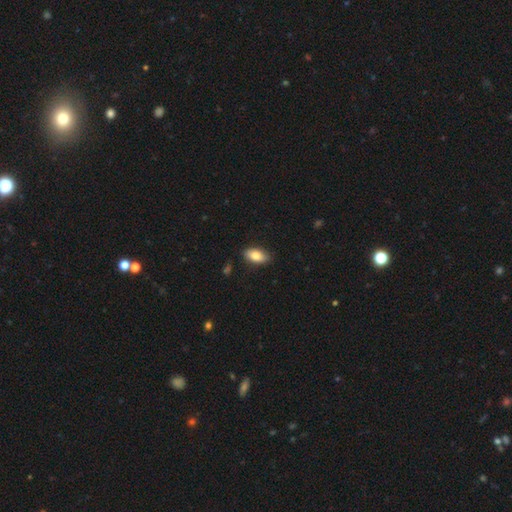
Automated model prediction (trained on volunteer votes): Smooth or featured? Predicted: smooth (p=0.81). How rounded? Predicted: in between (p=0.91). Merging? Predicted: none (p=0.86).